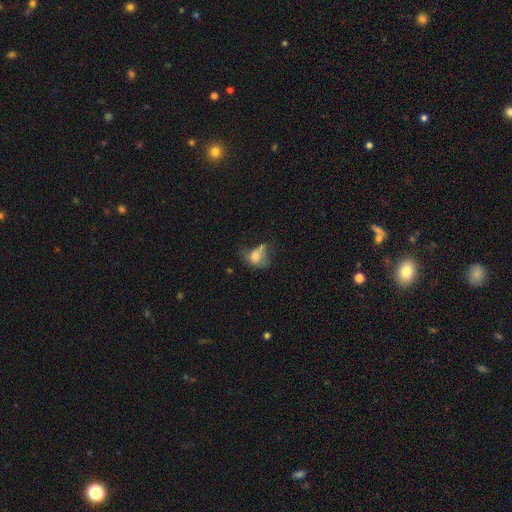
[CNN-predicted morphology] Smooth or featured? smooth (64%)
How rounded? in between (64%)
Merging? major disturbance (40%)